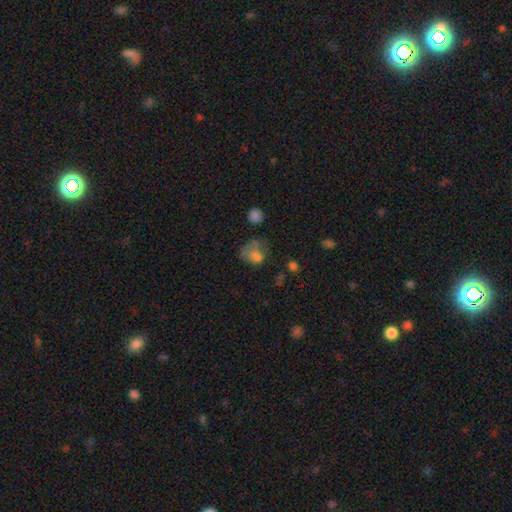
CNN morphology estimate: The model was most divided on "merging": major disturbance: 35%, none: 29%, minor disturbance: 23%, merger: 13%. More confident: smooth or featured — smooth (63%); how rounded — in between (54%).